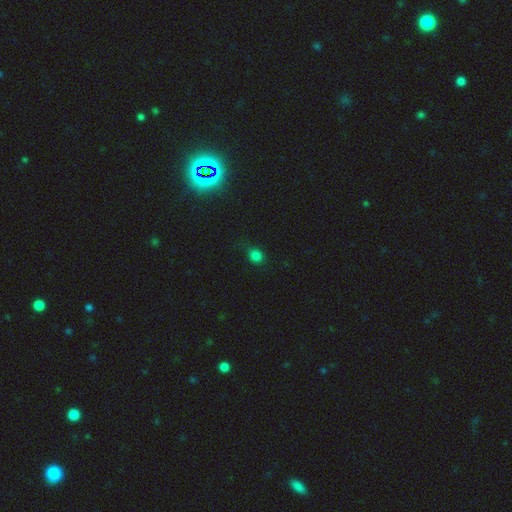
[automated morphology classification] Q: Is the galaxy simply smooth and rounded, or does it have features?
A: smooth — 78%.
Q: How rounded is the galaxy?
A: round — 74%.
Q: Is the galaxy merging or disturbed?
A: none — 74%.